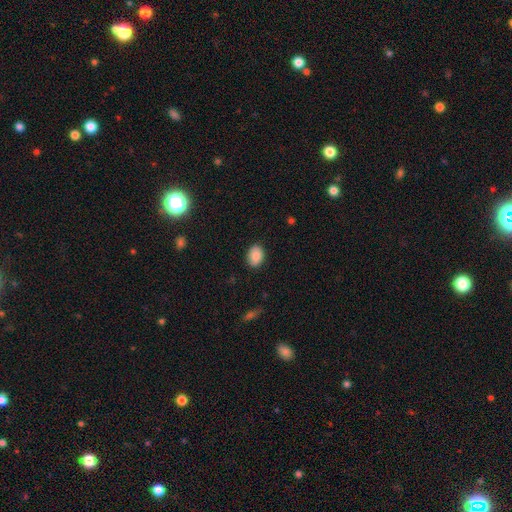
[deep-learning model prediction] Smooth or featured? smooth (87%)
How rounded? in between (75%)
Merging? none (87%)